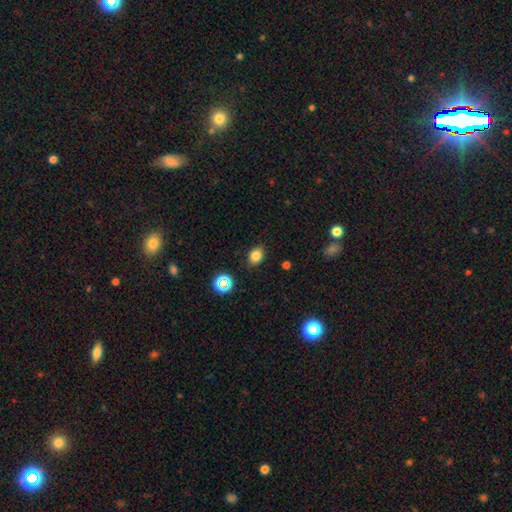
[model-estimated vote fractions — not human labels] This appears to be a smooth galaxy with no disk features (81%) that is in between round and cigar-shaped (58%). Merging: none (85%).